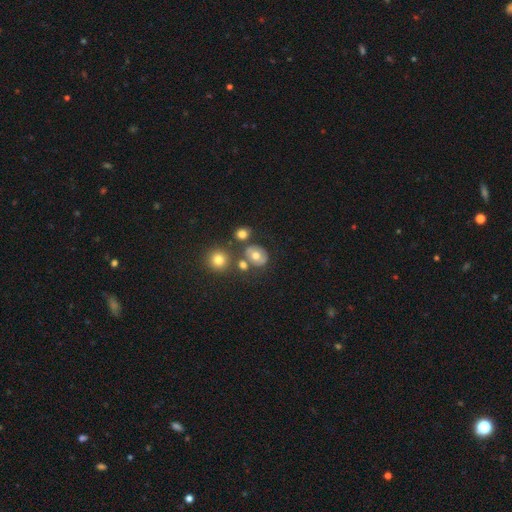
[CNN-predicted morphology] This appears to be a smooth galaxy with no disk features (63%) that is round (62%). Merging: none (66%).